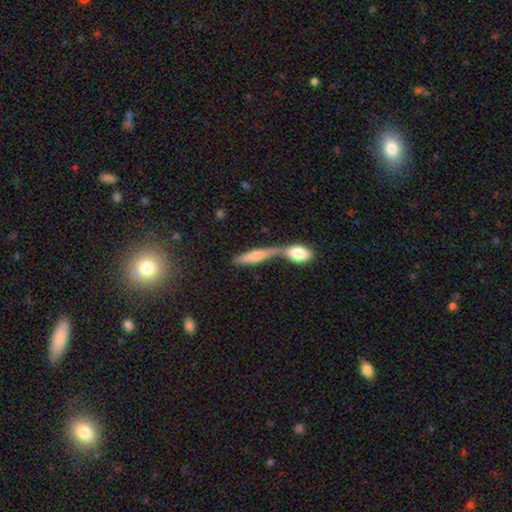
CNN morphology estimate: A smooth galaxy with no disk features (64%) that is cigar-shaped (57%). Merging: merger (59%).